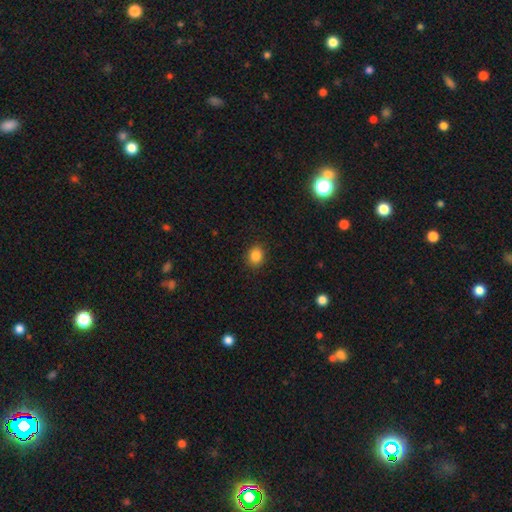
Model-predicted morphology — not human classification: Smooth or featured? smooth (85%)
How rounded? round (65%)
Merging? none (90%)